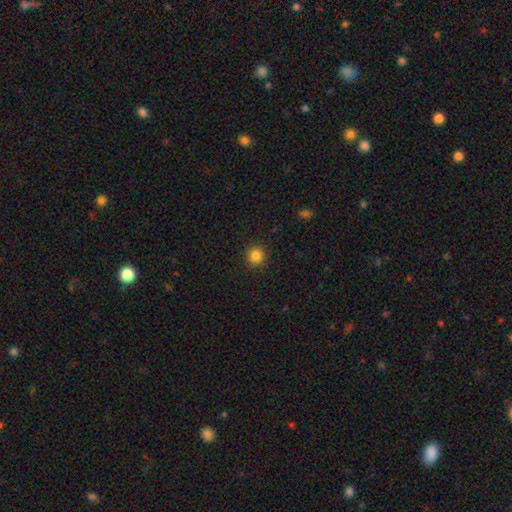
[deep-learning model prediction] Smooth or featured: smooth — 85% (star or artifact — 11%)
How rounded: round — 95% (in between — 4%)
Merging: none — 93% (minor disturbance — 5%)